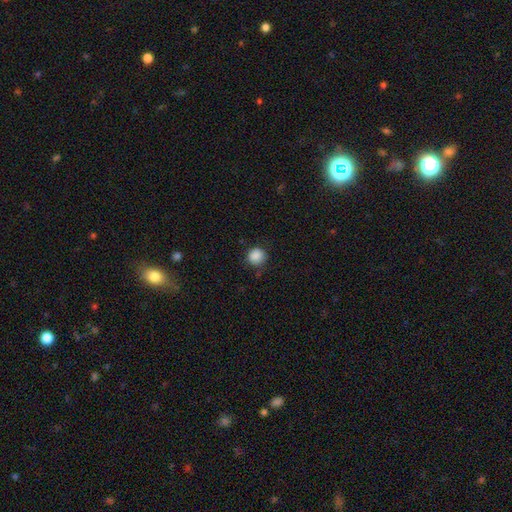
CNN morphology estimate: Smooth or featured? Predicted: smooth (p=0.88). How rounded? Predicted: round (p=0.90). Merging? Predicted: none (p=0.83).